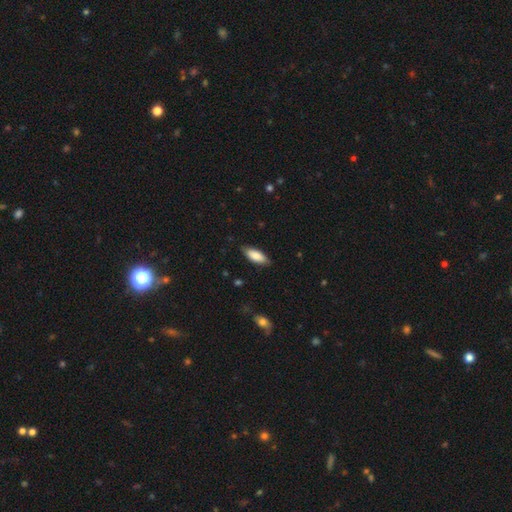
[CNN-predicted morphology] The model was most divided on "how rounded": in between: 77%, cigar-shaped: 21%, round: 2%. More confident: merging — none (83%); smooth or featured — smooth (83%).